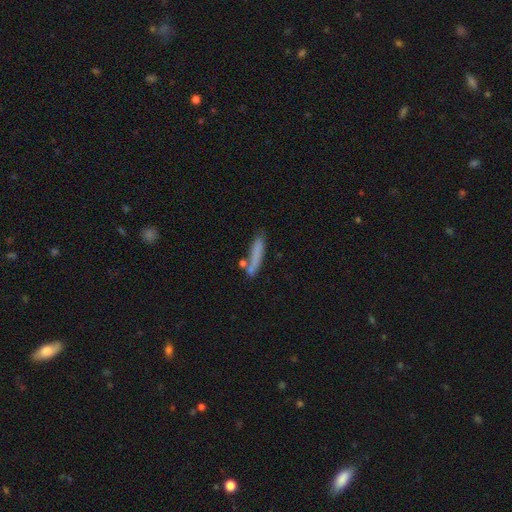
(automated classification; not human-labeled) smooth-or-featured: smooth: 74% | featured or disk: 17% | star or artifact: 9%
  how-rounded: cigar-shaped: 89% | in between: 9% | round: 2%
  merging: none: 69% | minor disturbance: 16% | merger: 11% | major disturbance: 5%